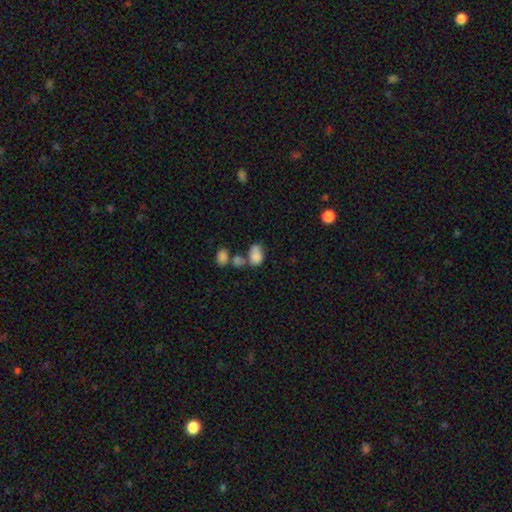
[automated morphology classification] type=smooth (79%); roundness=in between (83%); merging=merger (40%).